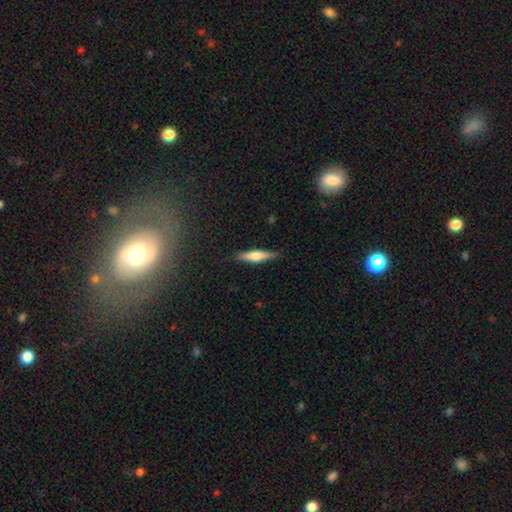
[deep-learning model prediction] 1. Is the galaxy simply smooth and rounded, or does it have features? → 56% smooth, 38% featured or disk, 6% star or artifact.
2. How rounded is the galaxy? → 78% cigar-shaped, 20% in between, 2% round.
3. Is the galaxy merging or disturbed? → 85% none, 12% minor disturbance, 3% major disturbance, 1% merger.